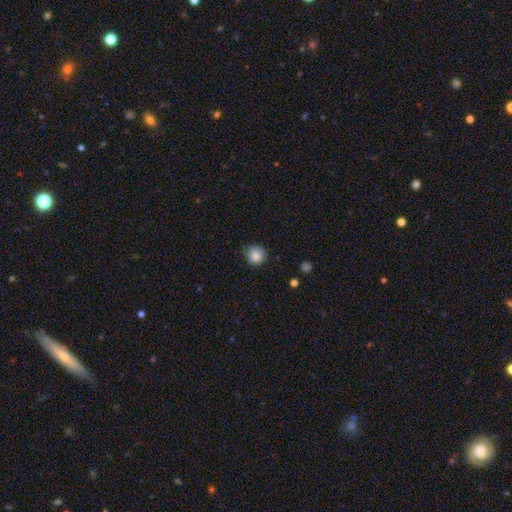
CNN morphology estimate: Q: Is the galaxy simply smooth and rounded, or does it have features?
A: smooth — 84%.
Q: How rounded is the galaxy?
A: round — 90%.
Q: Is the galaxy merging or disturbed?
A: none — 79%.